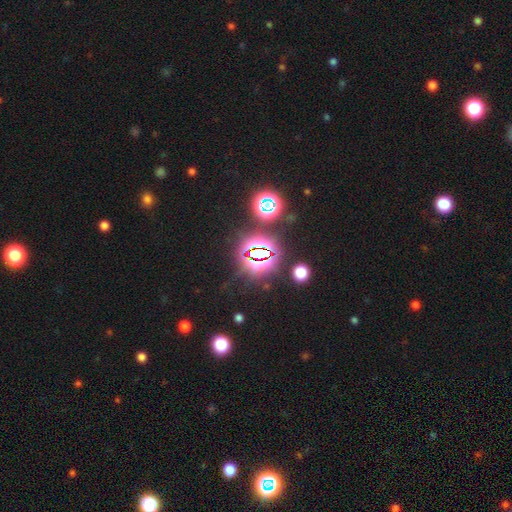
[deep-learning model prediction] Overall: star or artifact (79%).